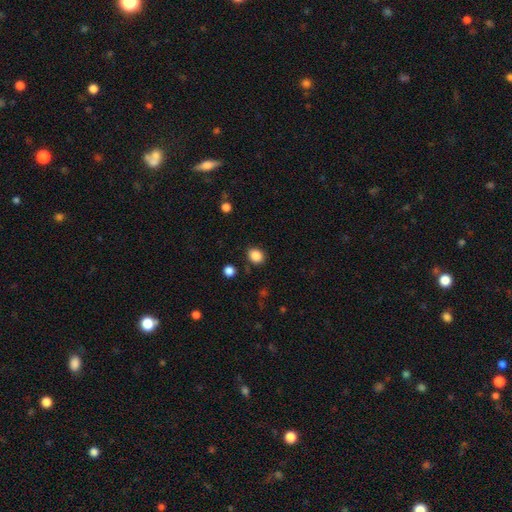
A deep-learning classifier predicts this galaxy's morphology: smooth_or_featured: smooth (p=0.87) [alt: star or artifact p=0.10]
how_rounded: round (p=0.56) [alt: in between p=0.43]
merging: none (p=0.84) [alt: minor disturbance p=0.10]